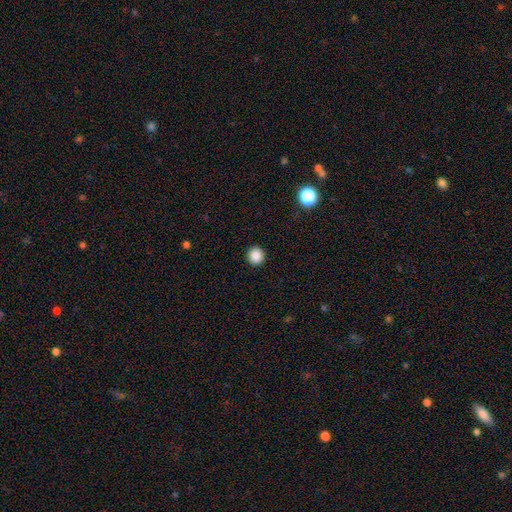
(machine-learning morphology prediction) Smooth or featured?
  - smooth: 88% *
  - star or artifact: 10%
  - featured or disk: 3%
How rounded?
  - round: 90% *
  - in between: 9%
  - cigar-shaped: 1%
Merging?
  - none: 93% *
  - minor disturbance: 5%
  - major disturbance: 2%
  - merger: 1%